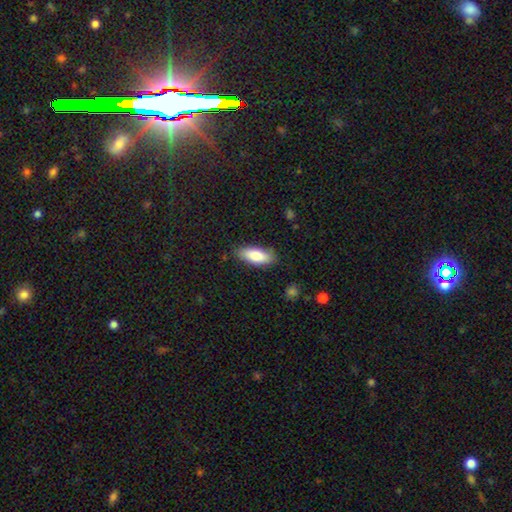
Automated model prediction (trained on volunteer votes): Morphology: type=smooth (81%); roundness=in between (75%); merging=none (83%).